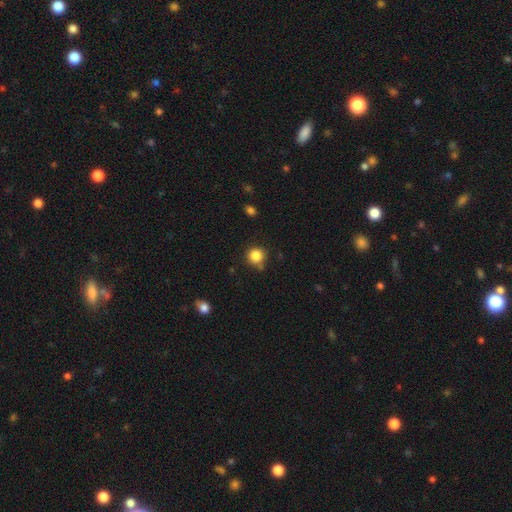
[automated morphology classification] Smooth or featured: smooth — 84% (star or artifact — 12%)
How rounded: round — 93% (in between — 6%)
Merging: none — 76% (minor disturbance — 15%)